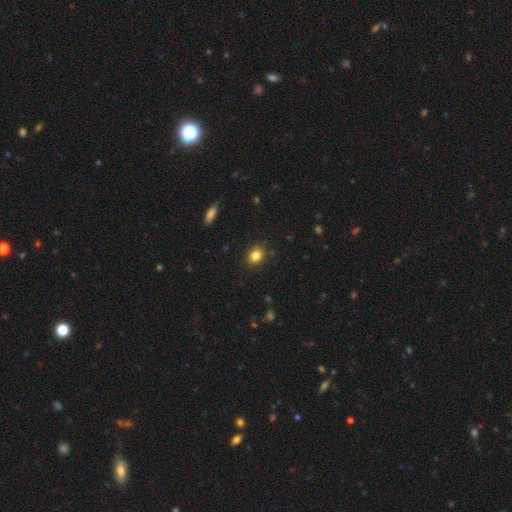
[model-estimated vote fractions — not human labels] This is clearly a smooth galaxy (84%). How rounded: possibly round (55%). Merging: clearly none (86%).